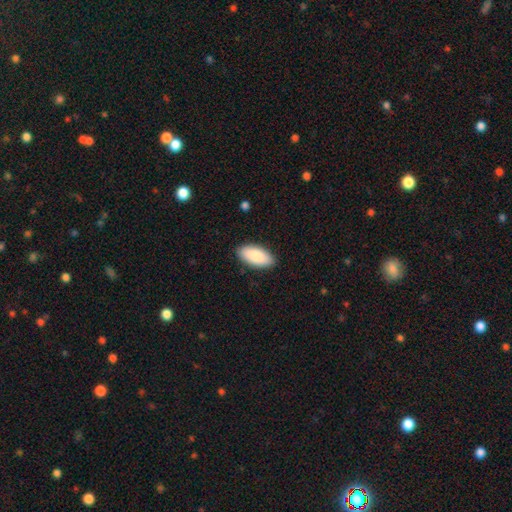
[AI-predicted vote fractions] This is clearly a smooth galaxy (89%). How rounded: clearly in between (93%). Merging: clearly none (88%).